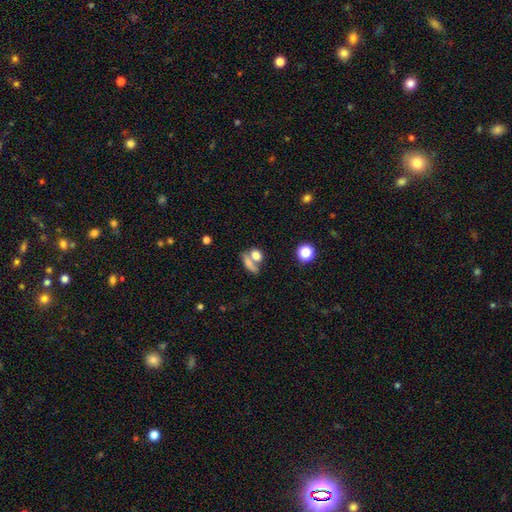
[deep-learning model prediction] This appears to be a smooth galaxy with no disk features (76%) that is in between round and cigar-shaped (57%). Merging: merger (48%).